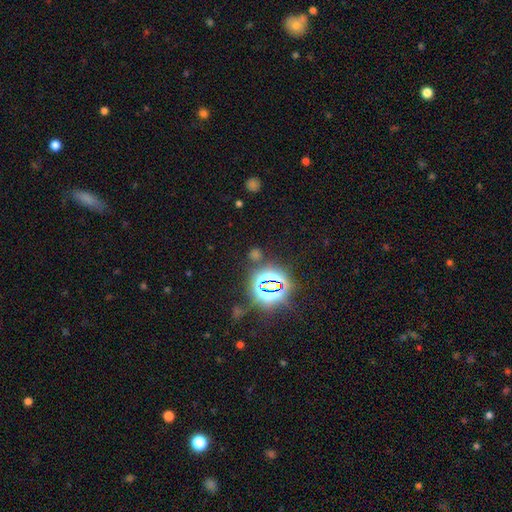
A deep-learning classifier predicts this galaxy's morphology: Smooth or featured?
  - star or artifact: 71% *
  - smooth: 22%
  - featured or disk: 7%